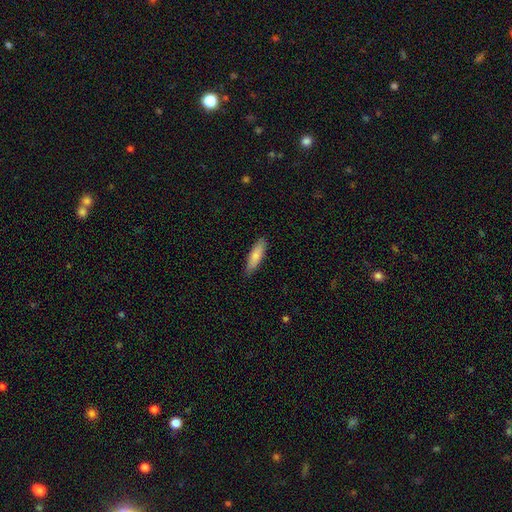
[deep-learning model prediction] smooth_or_featured: smooth (p=0.80) [alt: featured or disk p=0.14]
how_rounded: cigar-shaped (p=0.60) [alt: in between p=0.39]
merging: none (p=0.87) [alt: minor disturbance p=0.10]